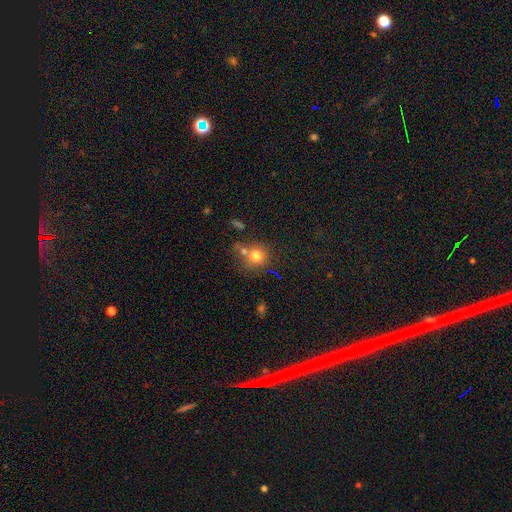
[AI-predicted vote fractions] Smooth or featured: smooth — 75% (star or artifact — 13%)
How rounded: round — 86% (in between — 13%)
Merging: none — 56% (merger — 27%)